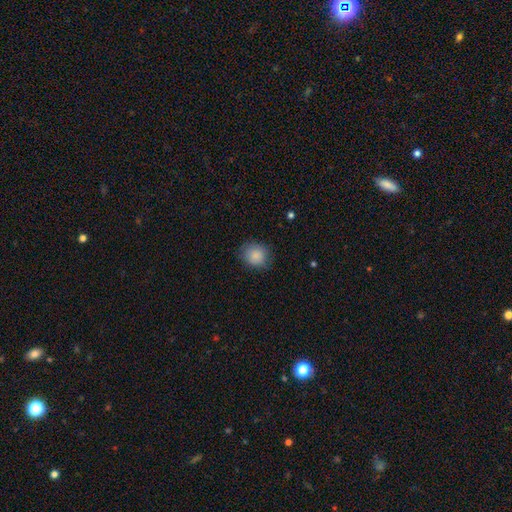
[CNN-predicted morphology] The model was most divided on "how rounded": round: 77%, in between: 22%, cigar-shaped: 1%. More confident: smooth or featured — smooth (88%); merging — none (81%).